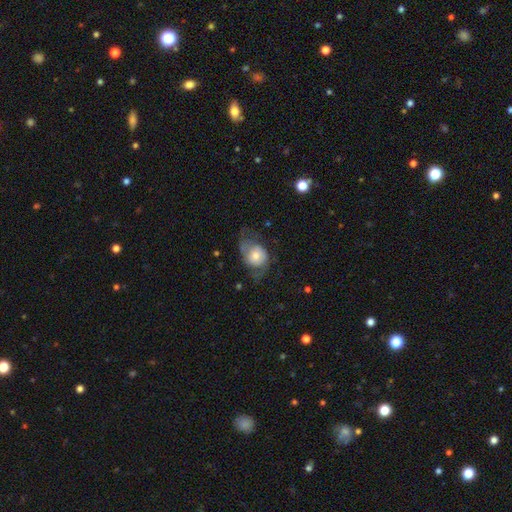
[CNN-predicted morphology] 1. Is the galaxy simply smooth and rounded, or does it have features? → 48% smooth, 45% featured or disk, 7% star or artifact.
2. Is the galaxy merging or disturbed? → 46% none, 26% major disturbance, 26% minor disturbance, 2% merger.